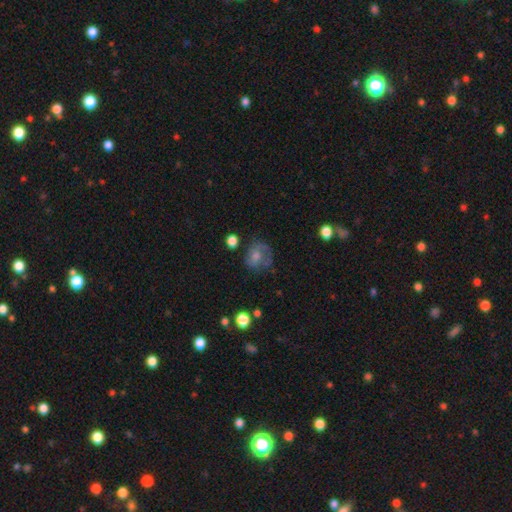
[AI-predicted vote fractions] smooth-or-featured: featured or disk: 50% | smooth: 36% | star or artifact: 15%
  merging: none: 59% | minor disturbance: 22% | major disturbance: 17% | merger: 3%